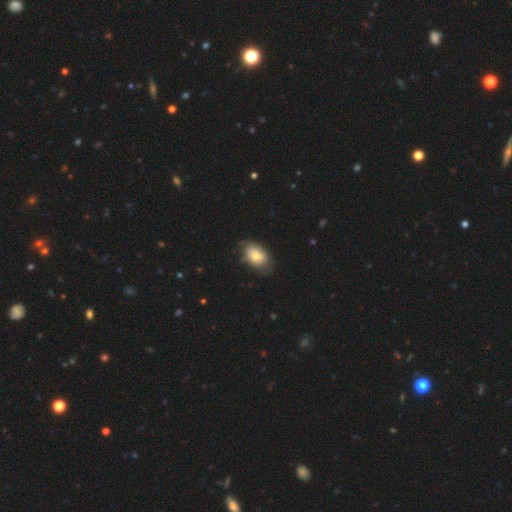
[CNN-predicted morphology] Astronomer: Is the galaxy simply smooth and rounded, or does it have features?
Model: smooth — 65%.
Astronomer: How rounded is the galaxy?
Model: in between — 87%.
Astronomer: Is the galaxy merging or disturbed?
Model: none — 63%.